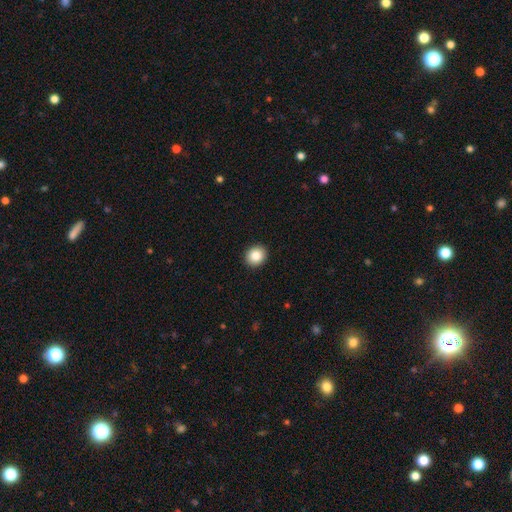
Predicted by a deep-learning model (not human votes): A smooth galaxy with no disk features (85%) that is round (78%). Merging: none (93%).